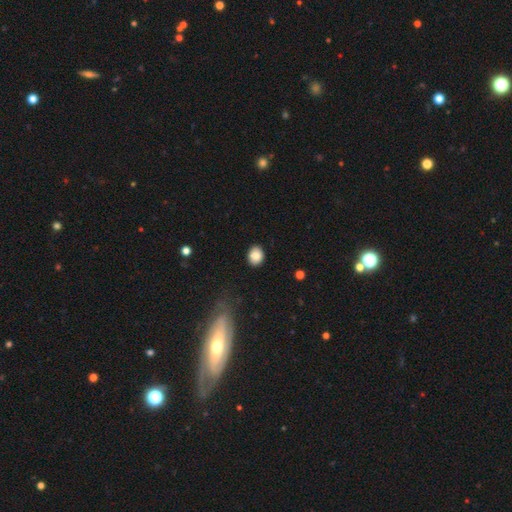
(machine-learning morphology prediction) A smooth galaxy with no disk features (85%) that is round (56%). Merging: none (89%).